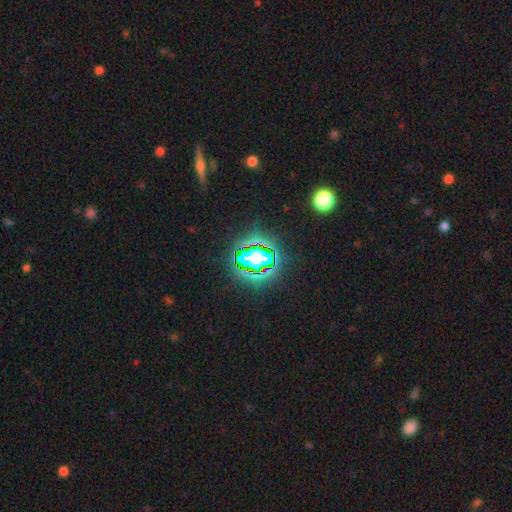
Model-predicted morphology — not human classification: This appears to be a star or artifact, not a galaxy (77%).